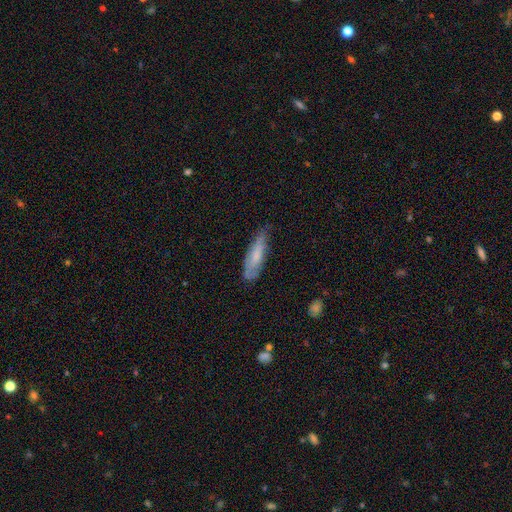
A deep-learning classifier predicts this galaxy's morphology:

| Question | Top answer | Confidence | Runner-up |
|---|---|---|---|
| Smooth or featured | smooth | 63% | featured or disk (30%) |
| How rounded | cigar-shaped | 58% | in between (40%) |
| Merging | none | 60% | minor disturbance (31%) |